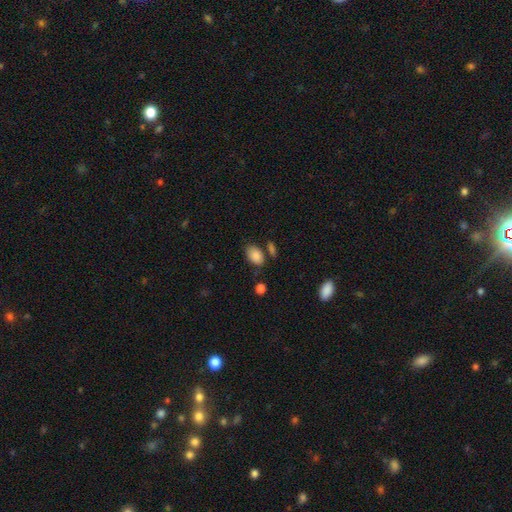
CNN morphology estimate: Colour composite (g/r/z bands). It shows a smooth galaxy with no disk features (86%) that is in between round and cigar-shaped (90%). Merging: none (69%).